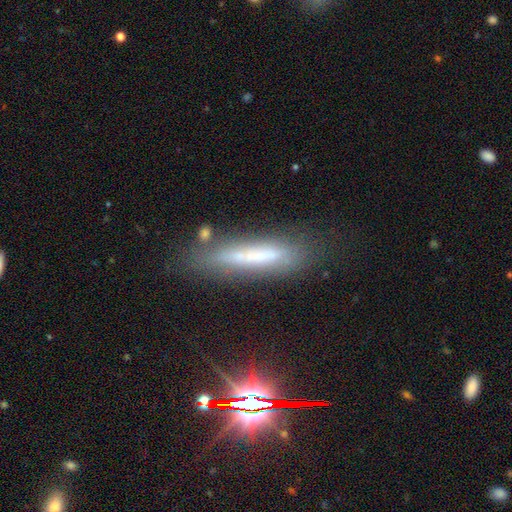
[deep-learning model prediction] Smooth or featured?
  - smooth: 48% *
  - featured or disk: 37%
  - star or artifact: 15%
Merging?
  - none: 70% *
  - minor disturbance: 19%
  - major disturbance: 6%
  - merger: 5%